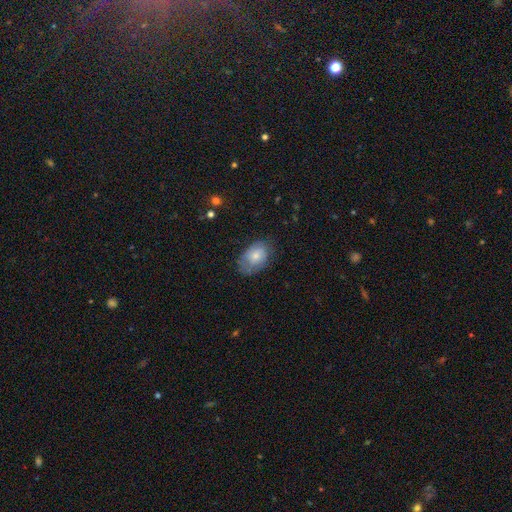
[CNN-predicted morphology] Smooth or featured? Predicted: smooth (p=0.68). How rounded? Predicted: in between (p=0.86). Merging? Predicted: none (p=0.65).